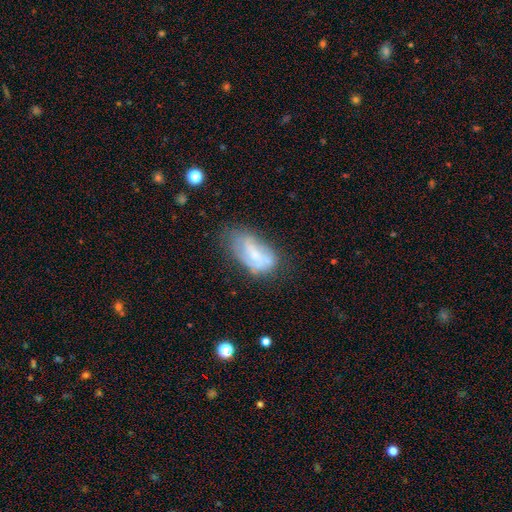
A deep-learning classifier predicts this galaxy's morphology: This is possibly a featured or disk galaxy (46%). Merging: marginally none (42%).